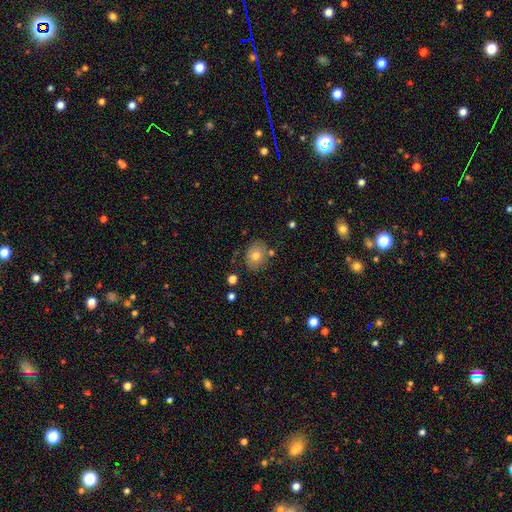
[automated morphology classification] Smooth or featured?
  - smooth: 73% *
  - featured or disk: 17%
  - star or artifact: 10%
How rounded?
  - round: 51% *
  - in between: 48%
  - cigar-shaped: 1%
Merging?
  - none: 75% *
  - minor disturbance: 15%
  - merger: 5%
  - major disturbance: 4%